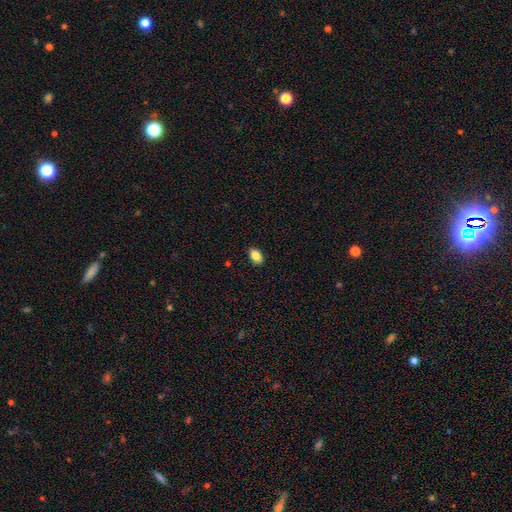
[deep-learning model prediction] Overall: smooth (87%). How rounded: in between (87%). Merging: none (89%).